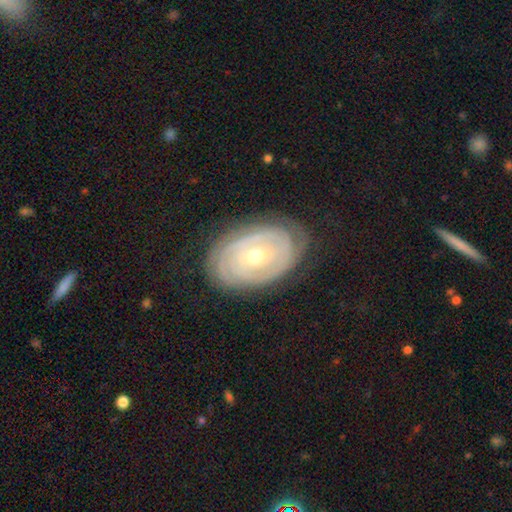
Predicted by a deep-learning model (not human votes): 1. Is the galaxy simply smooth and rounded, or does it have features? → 82% featured or disk, 12% smooth, 5% star or artifact.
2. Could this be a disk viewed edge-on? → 95% no, 5% yes.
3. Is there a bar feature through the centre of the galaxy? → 54% no, 32% weak, 13% strong.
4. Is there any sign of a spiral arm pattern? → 89% yes, 11% no.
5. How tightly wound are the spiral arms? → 84% tight, 12% medium, 4% loose.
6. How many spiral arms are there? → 46% can't tell, 22% 2, 14% 3, 8% 4, 5% more than 4, 5% 1.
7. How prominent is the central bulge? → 59% moderate, 38% small, 2% large, 1% dominant, 1% none.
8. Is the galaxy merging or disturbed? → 78% none, 16% minor disturbance, 5% major disturbance, 1% merger.